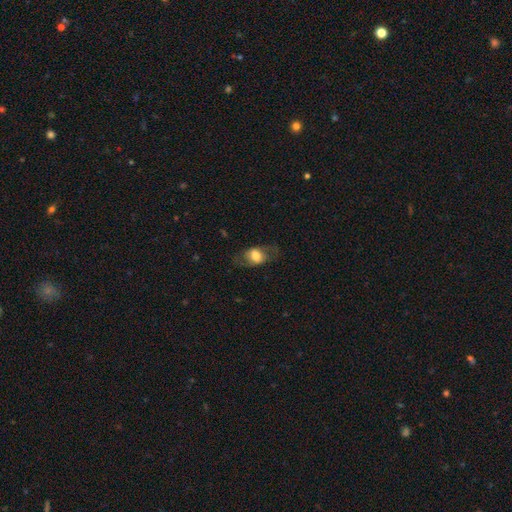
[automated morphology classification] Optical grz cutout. It shows a smooth galaxy with no disk features (65%) that is in between round and cigar-shaped (78%). Merging: none (67%).